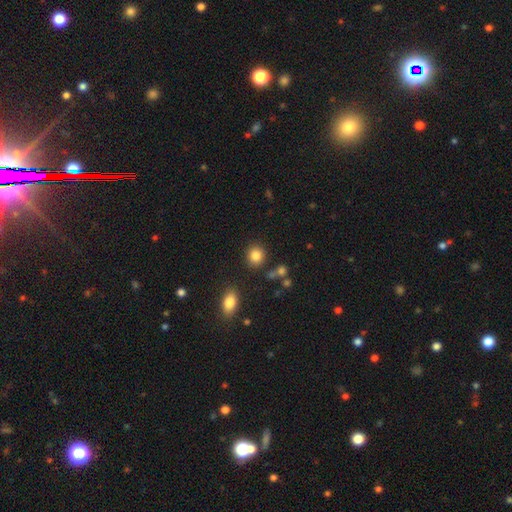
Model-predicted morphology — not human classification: smooth-or-featured: smooth: 85% | star or artifact: 10% | featured or disk: 6%
  how-rounded: round: 79% | in between: 20% | cigar-shaped: 1%
  merging: none: 85% | minor disturbance: 8% | merger: 4% | major disturbance: 3%